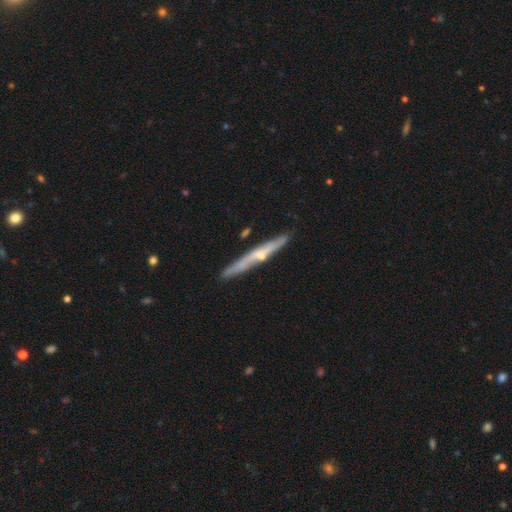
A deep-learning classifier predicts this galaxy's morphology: A featured or disk galaxy (70%) viewed edge-on (95%) with a rounded central bulge (71%). Merging: none (87%).